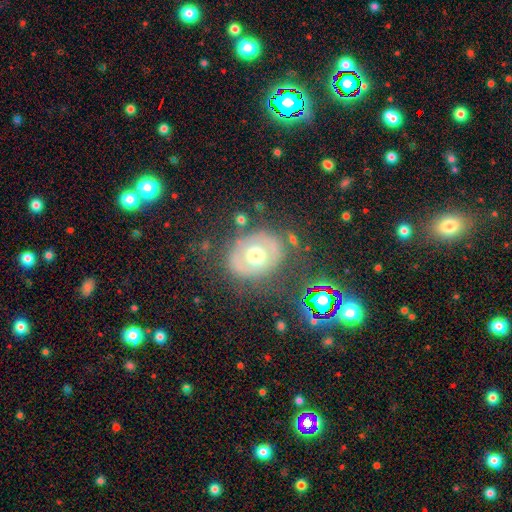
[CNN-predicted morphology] type=featured or disk (47%); merging=none (72%).